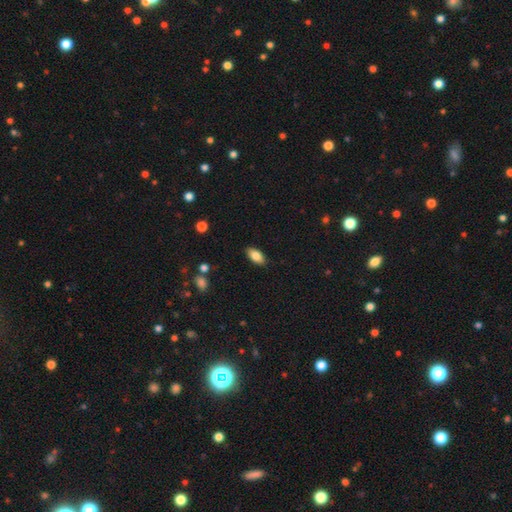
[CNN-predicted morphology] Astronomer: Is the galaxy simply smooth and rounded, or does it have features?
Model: smooth — 83%.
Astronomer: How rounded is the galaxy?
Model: in between — 91%.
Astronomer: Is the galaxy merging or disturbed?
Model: none — 87%.